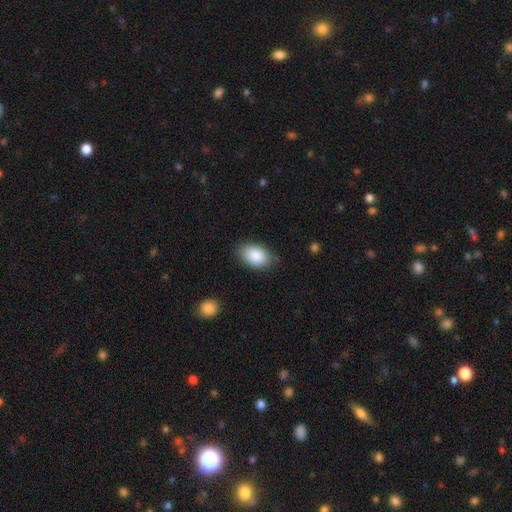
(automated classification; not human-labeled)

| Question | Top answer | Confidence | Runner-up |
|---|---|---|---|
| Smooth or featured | smooth | 84% | featured or disk (9%) |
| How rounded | in between | 88% | round (10%) |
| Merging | none | 80% | minor disturbance (15%) |